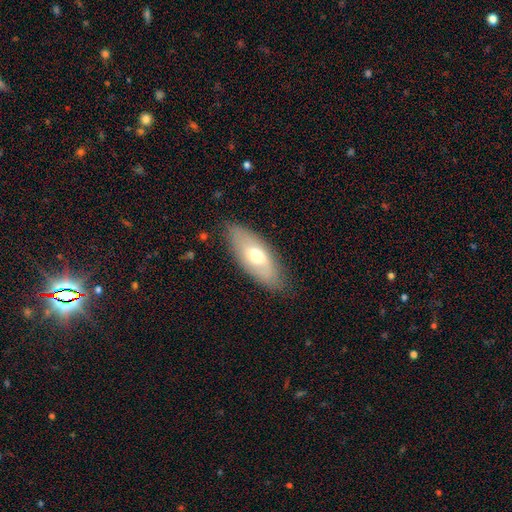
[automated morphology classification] A smooth galaxy with no disk features (58%) that is in between round and cigar-shaped (82%).

Vote fractions:
- Smooth or featured? smooth: 58% / featured or disk: 35% / star or artifact: 6%
- How rounded? in between: 82% / cigar-shaped: 15% / round: 3%
- Merging? none: 80% / minor disturbance: 15% / major disturbance: 4% / merger: 1%